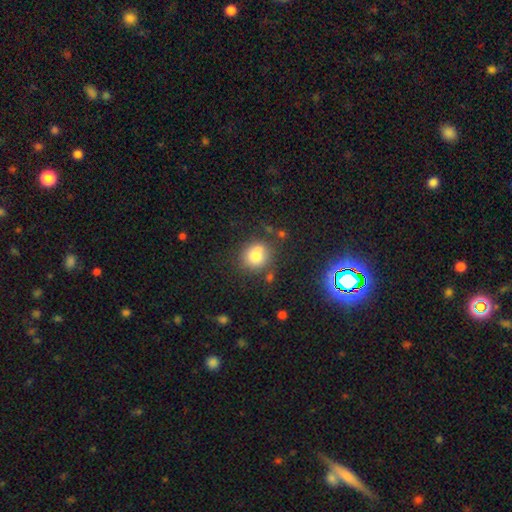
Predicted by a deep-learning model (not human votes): A smooth galaxy with no disk features (77%) that is round (84%).

Vote fractions:
- Smooth or featured? smooth: 77% / star or artifact: 12% / featured or disk: 11%
- How rounded? round: 84% / in between: 15% / cigar-shaped: 1%
- Merging? none: 67% / minor disturbance: 15% / merger: 12% / major disturbance: 5%